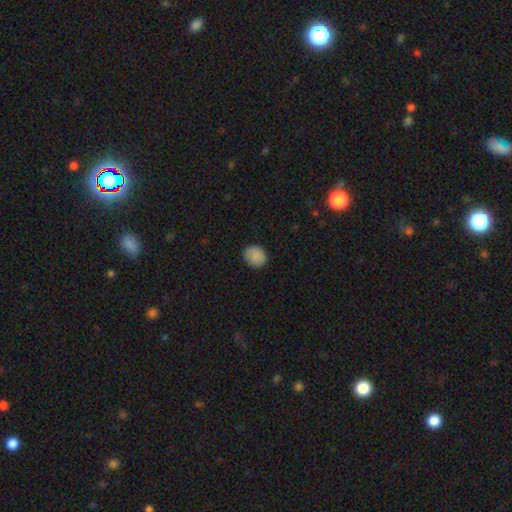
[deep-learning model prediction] Q: Smooth or featured?
A: smooth (88%); runner-up: star or artifact (9%)
Q: How rounded?
A: round (74%); runner-up: in between (26%)
Q: Merging?
A: none (86%); runner-up: minor disturbance (10%)